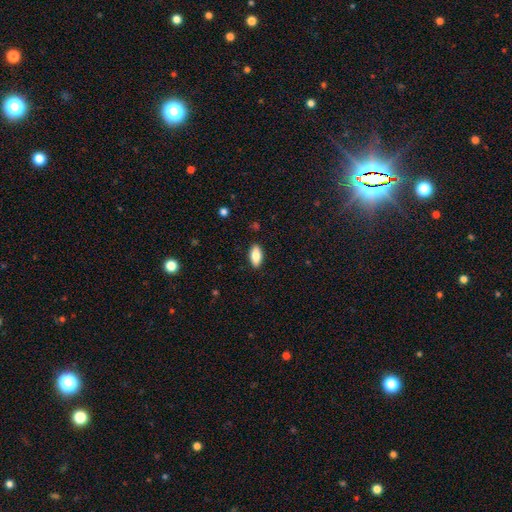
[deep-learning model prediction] The model was most divided on "smooth or featured": smooth: 82%, featured or disk: 11%, star or artifact: 7%. More confident: merging — none (88%); how rounded — in between (87%).